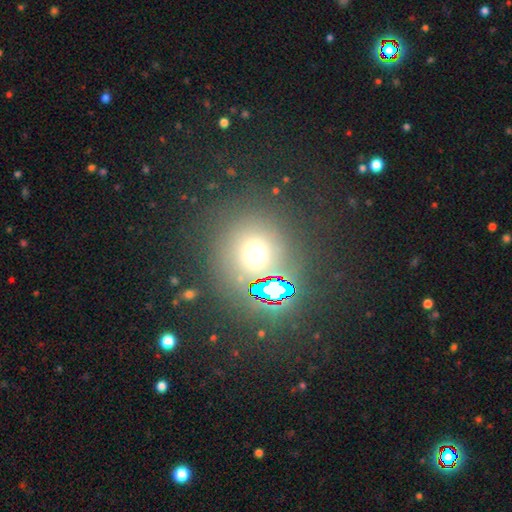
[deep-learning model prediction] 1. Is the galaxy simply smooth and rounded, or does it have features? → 51% smooth, 39% star or artifact, 10% featured or disk.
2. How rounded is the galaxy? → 86% round, 12% in between, 1% cigar-shaped.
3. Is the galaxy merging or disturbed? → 77% none, 10% minor disturbance, 8% merger, 6% major disturbance.